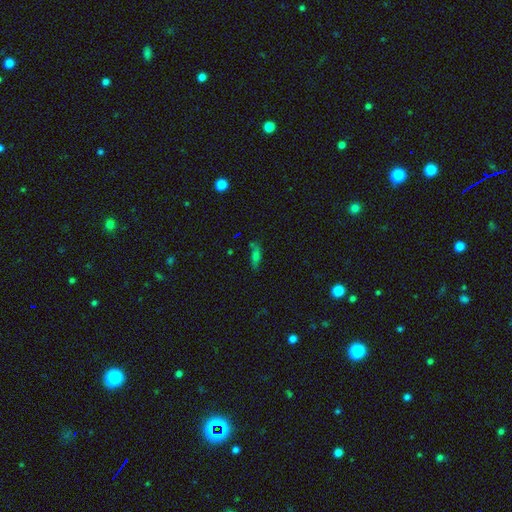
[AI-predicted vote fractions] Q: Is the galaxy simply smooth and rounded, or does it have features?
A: smooth — 61%.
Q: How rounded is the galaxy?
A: in between — 54%.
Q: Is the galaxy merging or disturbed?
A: none — 60%.